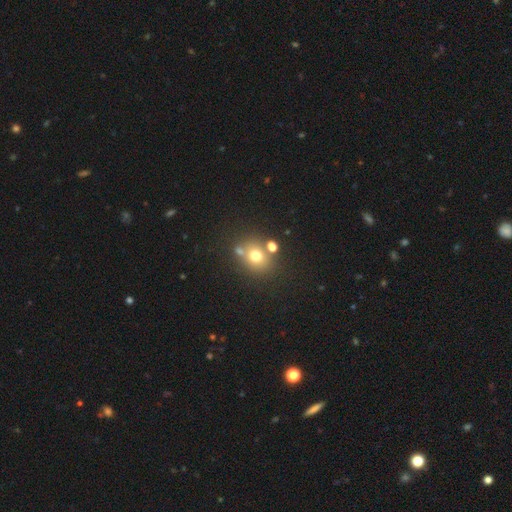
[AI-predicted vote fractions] A smooth galaxy with no disk features (70%) that is round (70%).

Vote fractions:
- Smooth or featured? smooth: 70% / star or artifact: 16% / featured or disk: 14%
- How rounded? round: 70% / in between: 29% / cigar-shaped: 1%
- Merging? none: 63% / merger: 22% / minor disturbance: 11% / major disturbance: 5%